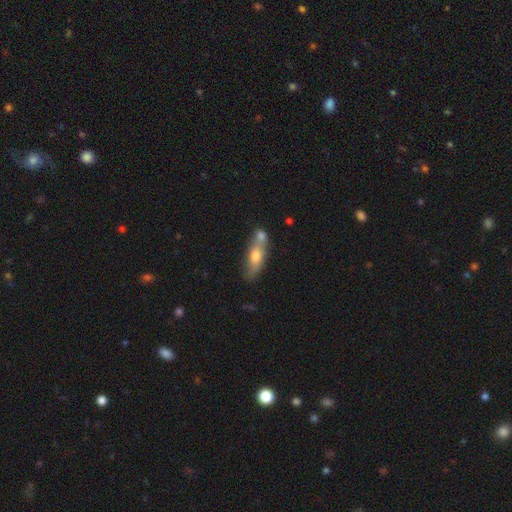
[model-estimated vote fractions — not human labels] Morphology: type=smooth (60%); roundness=in between (55%); merging=none (45%).